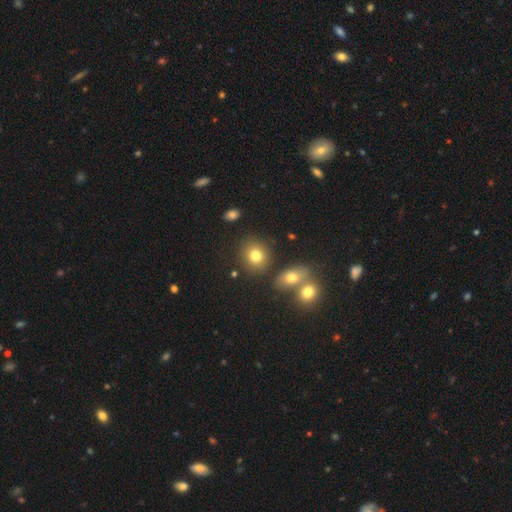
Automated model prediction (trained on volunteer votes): Smooth or featured? Predicted: smooth (p=0.78). How rounded? Predicted: round (p=0.75). Merging? Predicted: none (p=0.78).